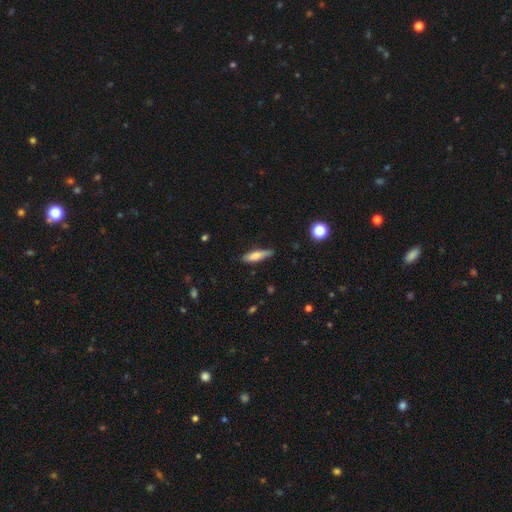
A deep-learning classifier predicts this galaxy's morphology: Smooth or featured: smooth — 69% (featured or disk — 24%)
How rounded: cigar-shaped — 66% (in between — 32%)
Merging: none — 76% (minor disturbance — 19%)